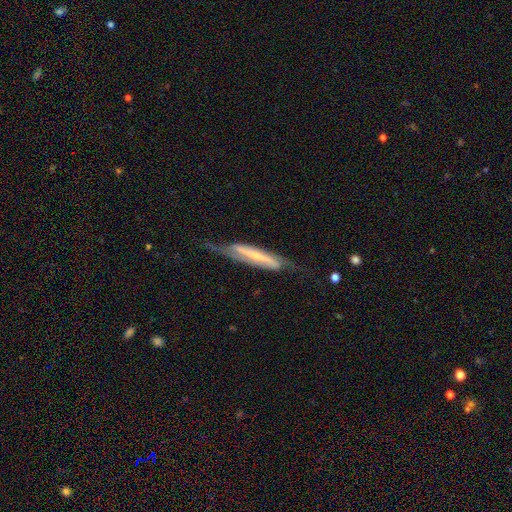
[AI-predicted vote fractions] A featured or disk galaxy (79%). Merging: none (61%).